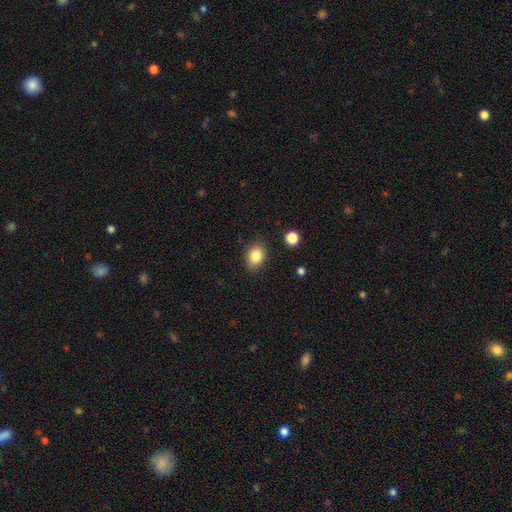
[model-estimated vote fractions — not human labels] A smooth galaxy with no disk features (84%) that is in between round and cigar-shaped (56%). Merging: none (80%).